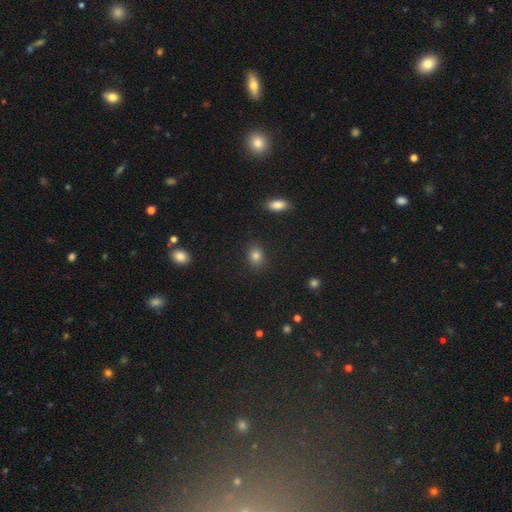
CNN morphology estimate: A smooth galaxy with no disk features (84%) that is in between round and cigar-shaped (56%). Merging: none (87%).